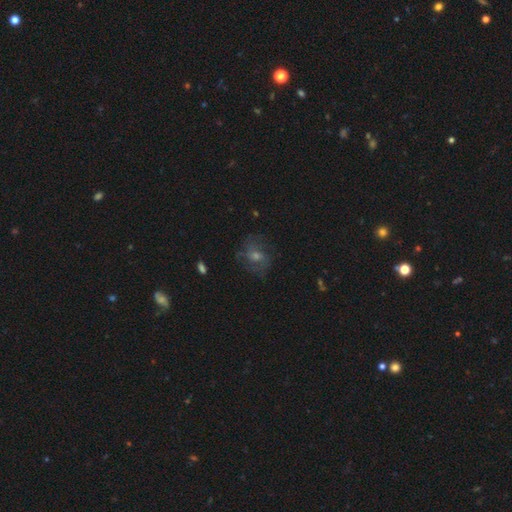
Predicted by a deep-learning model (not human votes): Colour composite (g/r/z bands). It shows a featured or disk galaxy (48%). Merging: none (70%).